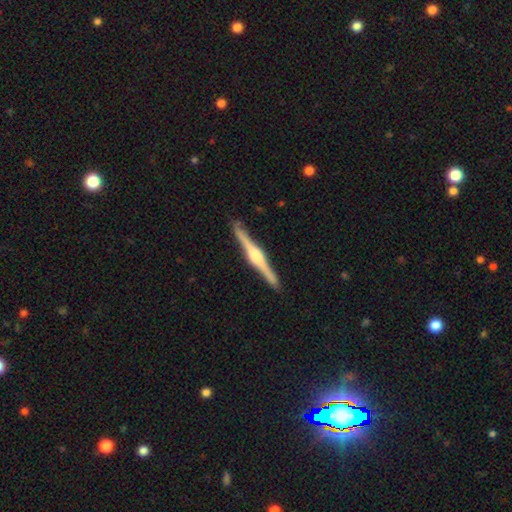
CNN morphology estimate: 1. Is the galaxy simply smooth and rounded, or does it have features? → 83% featured or disk, 12% smooth, 5% star or artifact.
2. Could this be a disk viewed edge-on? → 98% yes, 2% no.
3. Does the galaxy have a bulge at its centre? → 77% rounded, 19% boxy, 4% none.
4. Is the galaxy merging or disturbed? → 90% none, 8% minor disturbance, 2% major disturbance, 1% merger.